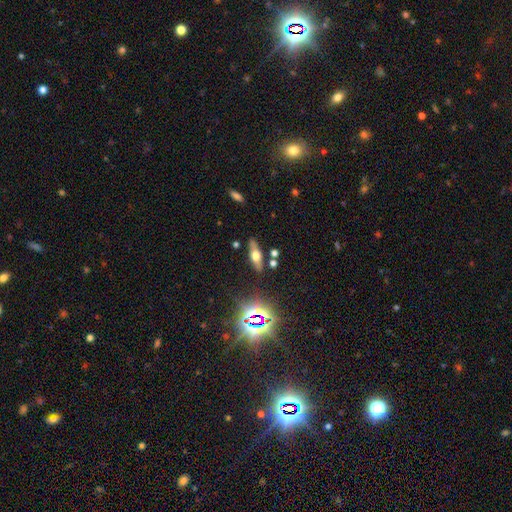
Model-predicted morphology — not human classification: type=featured or disk (45%); merging=none (83%).